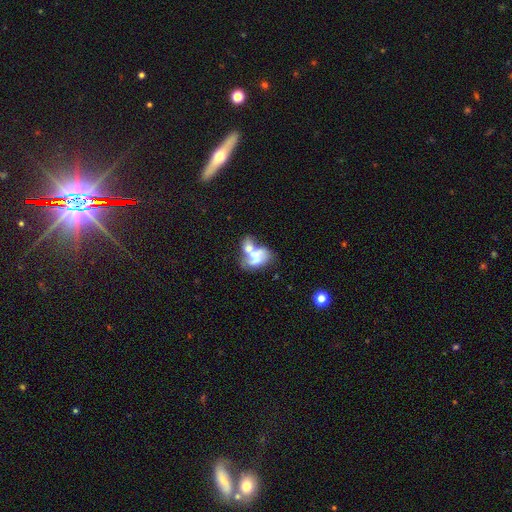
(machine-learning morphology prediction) This appears to be a featured or disk galaxy (49%). Merging: merger (73%).